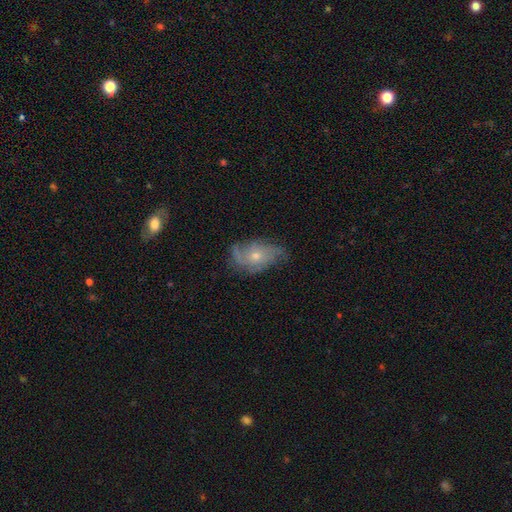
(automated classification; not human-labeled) Q: Smooth or featured?
A: featured or disk (75%); runner-up: smooth (18%)
Q: Edge-on disk?
A: no (96%); runner-up: yes (4%)
Q: Bar?
A: no (81%); runner-up: weak (16%)
Q: Spiral arms?
A: yes (90%); runner-up: no (10%)
Q: Spiral winding?
A: medium (42%); runner-up: tight (31%)
Q: Spiral arm count?
A: 3 (28%); runner-up: 2 (27%)
Q: Bulge size?
A: small (57%); runner-up: moderate (39%)
Q: Merging?
A: none (62%); runner-up: minor disturbance (26%)